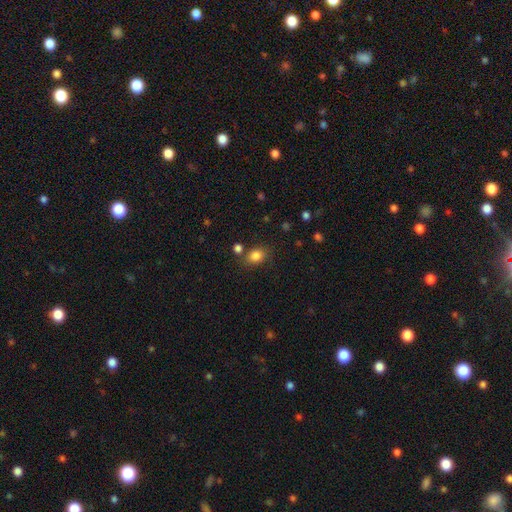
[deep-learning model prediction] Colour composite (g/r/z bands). It shows a smooth galaxy with no disk features (84%) that is in between round and cigar-shaped (59%). Merging: none (73%).